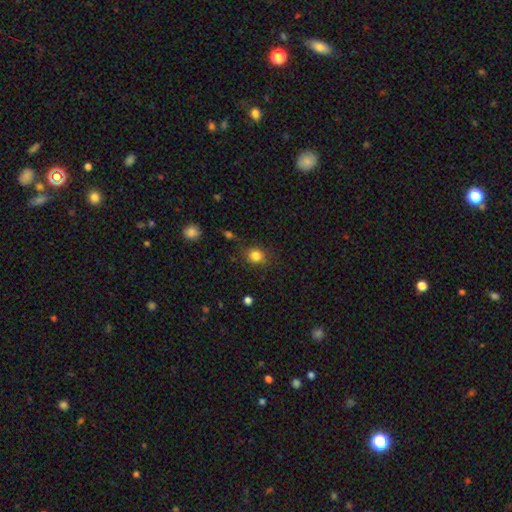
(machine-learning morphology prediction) Smooth or featured: smooth — 82% (star or artifact — 12%)
How rounded: round — 75% (in between — 23%)
Merging: none — 79% (minor disturbance — 14%)